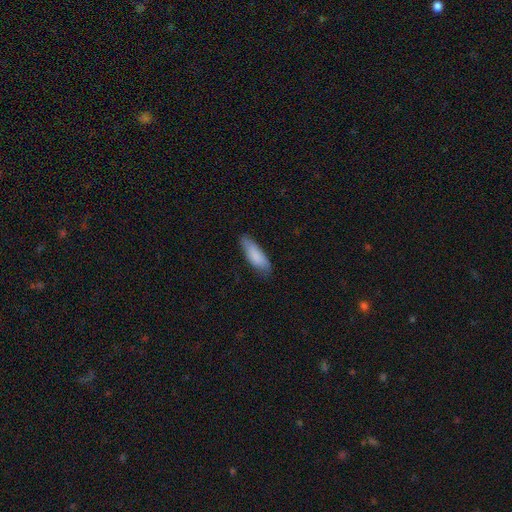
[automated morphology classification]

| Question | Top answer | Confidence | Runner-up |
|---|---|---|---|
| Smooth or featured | smooth | 84% | featured or disk (10%) |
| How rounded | in between | 55% | cigar-shaped (44%) |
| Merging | none | 74% | minor disturbance (21%) |